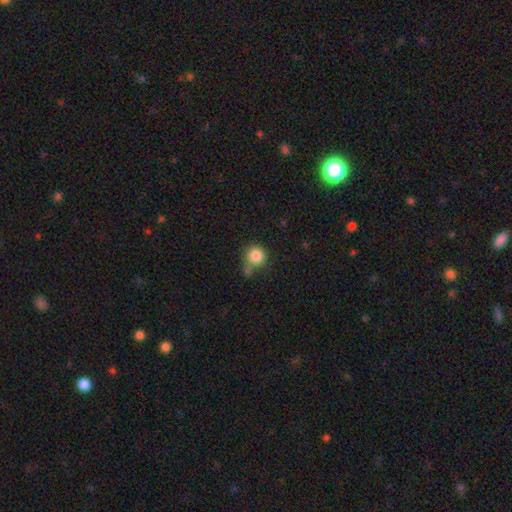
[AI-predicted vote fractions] Smooth or featured: smooth — 85% (star or artifact — 9%)
How rounded: round — 90% (in between — 9%)
Merging: none — 56% (minor disturbance — 19%)